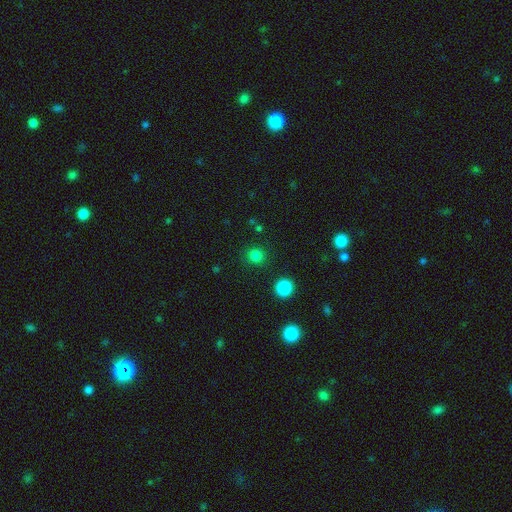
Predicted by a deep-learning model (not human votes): The model was most divided on "smooth or featured": smooth: 81%, star or artifact: 15%, featured or disk: 4%. More confident: how rounded — round (91%); merging — none (89%).